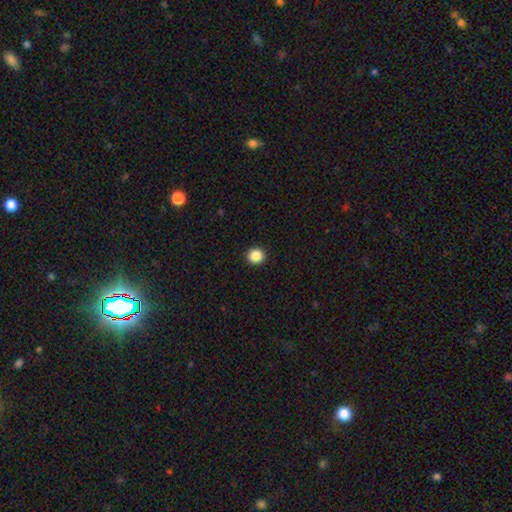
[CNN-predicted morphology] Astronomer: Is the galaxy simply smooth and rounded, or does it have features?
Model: smooth — 87%.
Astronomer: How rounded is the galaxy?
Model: round — 93%.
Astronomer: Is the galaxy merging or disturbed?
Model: none — 94%.